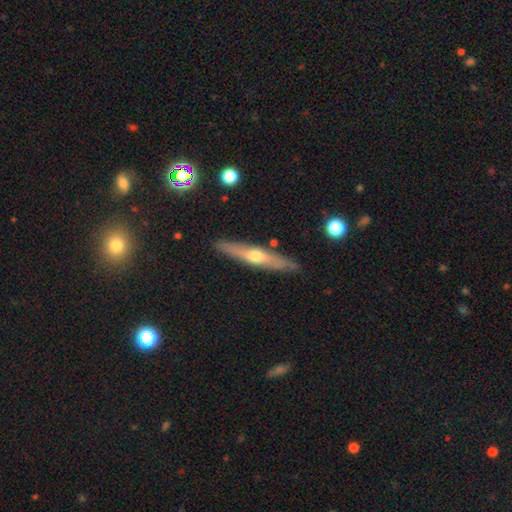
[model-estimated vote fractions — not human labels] smooth-or-featured: featured or disk: 57% | smooth: 37% | star or artifact: 6%
  disk-edge-on: yes: 88% | no: 12%
    edge-on-bulge: rounded: 86% | none: 11% | boxy: 3%
  merging: none: 87% | minor disturbance: 9% | major disturbance: 2% | merger: 2%